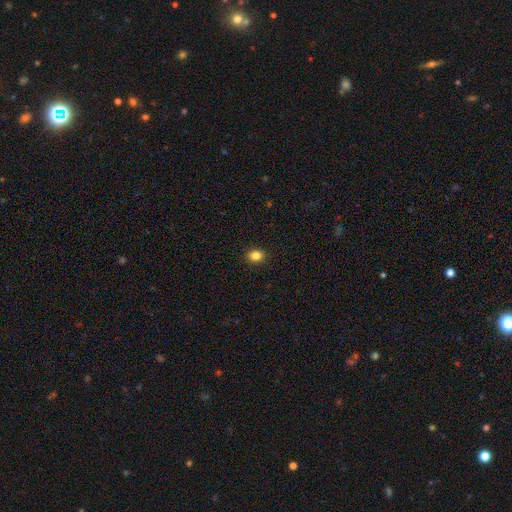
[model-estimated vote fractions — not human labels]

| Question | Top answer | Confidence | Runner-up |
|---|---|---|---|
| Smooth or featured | smooth | 85% | star or artifact (11%) |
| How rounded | round | 51% | in between (48%) |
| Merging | none | 91% | minor disturbance (6%) |